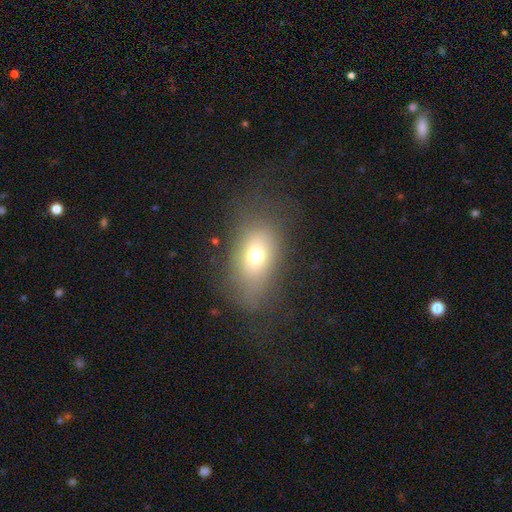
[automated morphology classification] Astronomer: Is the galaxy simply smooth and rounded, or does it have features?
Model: smooth — 67%.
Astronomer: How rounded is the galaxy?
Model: in between — 79%.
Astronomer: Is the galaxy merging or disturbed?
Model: none — 62%.